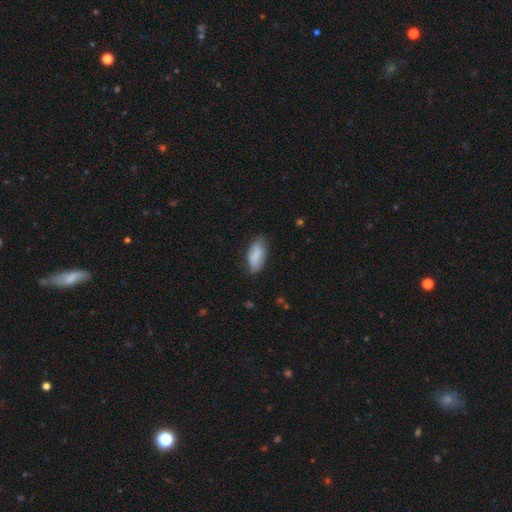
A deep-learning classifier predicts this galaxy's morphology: Smooth or featured?
  - smooth: 82% *
  - featured or disk: 12%
  - star or artifact: 6%
How rounded?
  - in between: 86% *
  - cigar-shaped: 12%
  - round: 2%
Merging?
  - none: 71% *
  - minor disturbance: 24%
  - major disturbance: 4%
  - merger: 1%